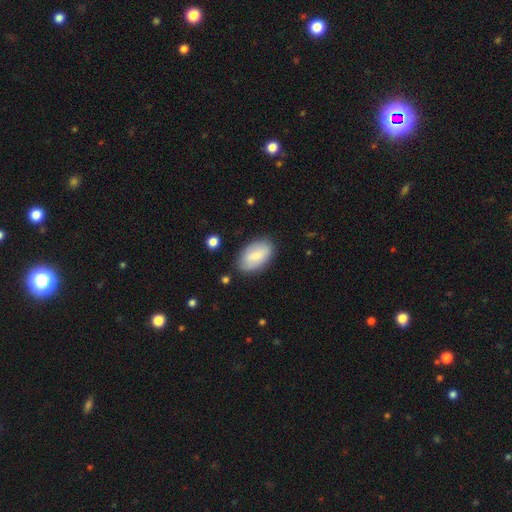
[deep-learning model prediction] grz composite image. It shows a smooth galaxy with no disk features (80%) that is in between round and cigar-shaped (94%). Merging: none (80%).